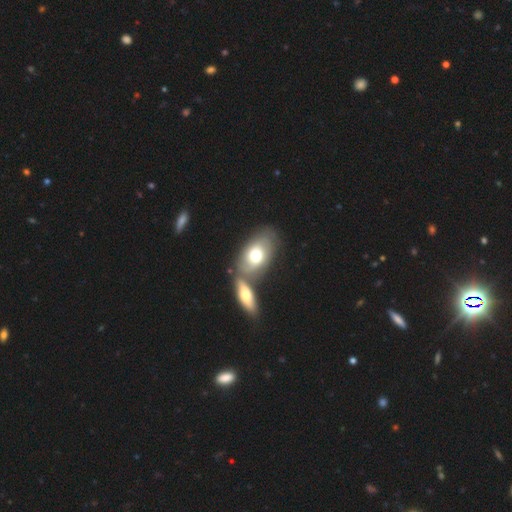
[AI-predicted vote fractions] This is possibly a smooth galaxy (55%). How rounded: clearly in between (87%). Merging: marginally merger (43%).